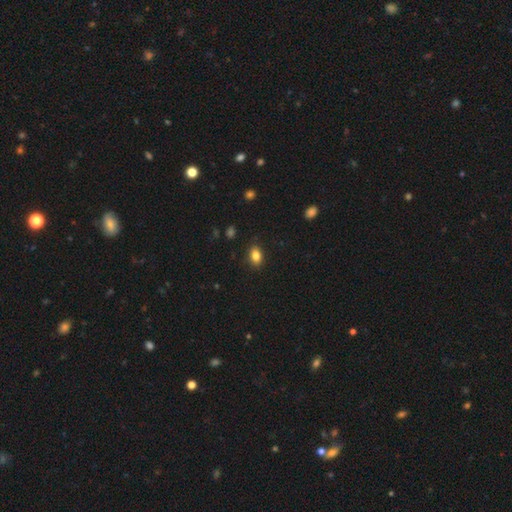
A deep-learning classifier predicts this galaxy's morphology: smooth_or_featured: smooth (p=0.84) [alt: star or artifact p=0.10]
how_rounded: in between (p=0.81) [alt: round p=0.18]
merging: none (p=0.87) [alt: minor disturbance p=0.10]